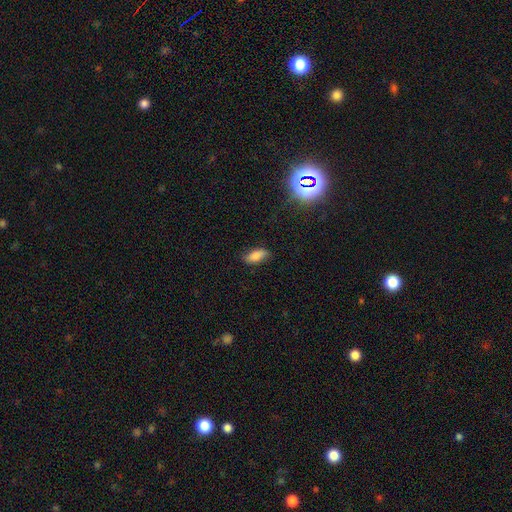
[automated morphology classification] Overall: smooth (80%). How rounded: in between (85%). Merging: none (80%).